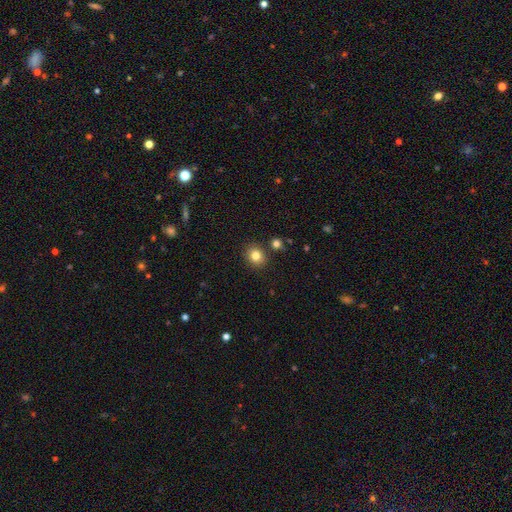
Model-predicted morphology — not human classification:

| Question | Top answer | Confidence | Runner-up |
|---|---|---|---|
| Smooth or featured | smooth | 82% | star or artifact (12%) |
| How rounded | round | 75% | in between (24%) |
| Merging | none | 85% | minor disturbance (8%) |